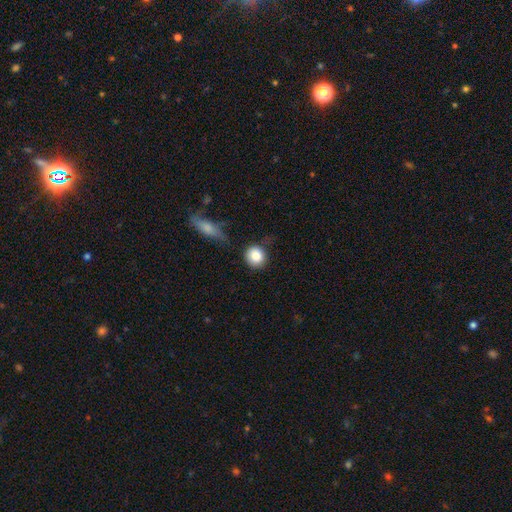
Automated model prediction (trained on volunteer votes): A smooth galaxy with no disk features (85%) that is round (89%).

Vote fractions:
- Smooth or featured? smooth: 85% / star or artifact: 8% / featured or disk: 7%
- How rounded? round: 89% / in between: 9% / cigar-shaped: 1%
- Merging? none: 70% / minor disturbance: 17% / major disturbance: 6% / merger: 6%